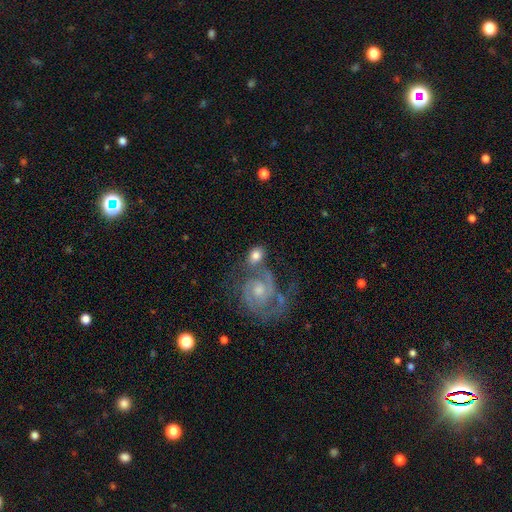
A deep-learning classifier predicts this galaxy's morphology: Smooth or featured: smooth — 49% (featured or disk — 43%)
Merging: none — 44% (merger — 32%)